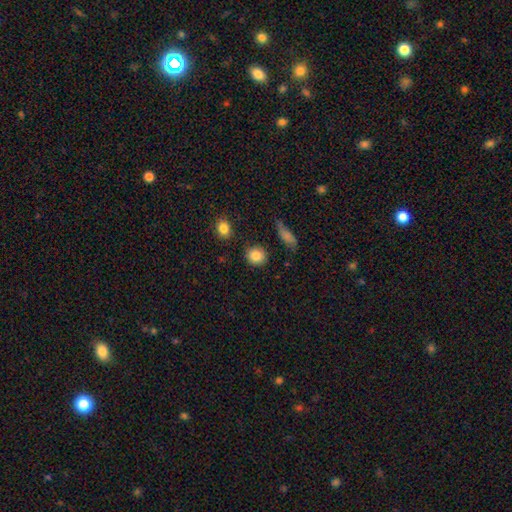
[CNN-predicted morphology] smooth 86%, star or artifact 9%, featured or disk 6%. Down the decision tree: how rounded — round (84%); merging — none (86%).